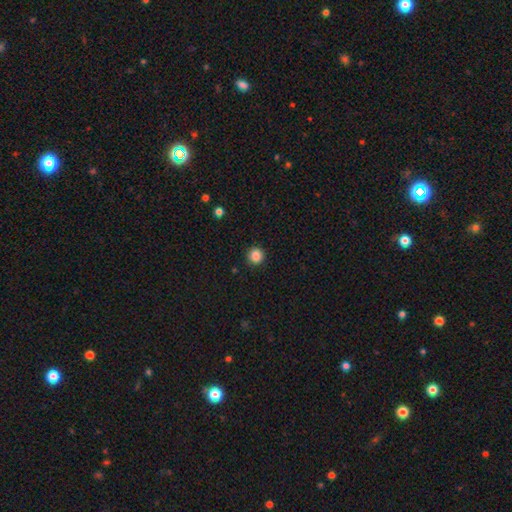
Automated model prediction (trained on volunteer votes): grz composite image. It shows a smooth galaxy with no disk features (86%) that is round (92%). Merging: none (92%).